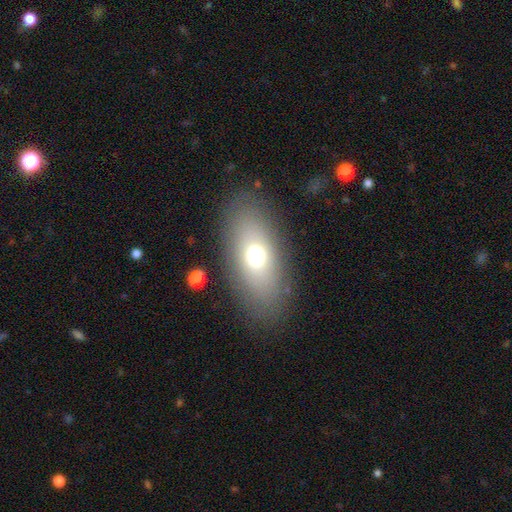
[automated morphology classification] This appears to be a smooth galaxy with no disk features (67%) that is in between round and cigar-shaped (86%). Merging: none (84%).